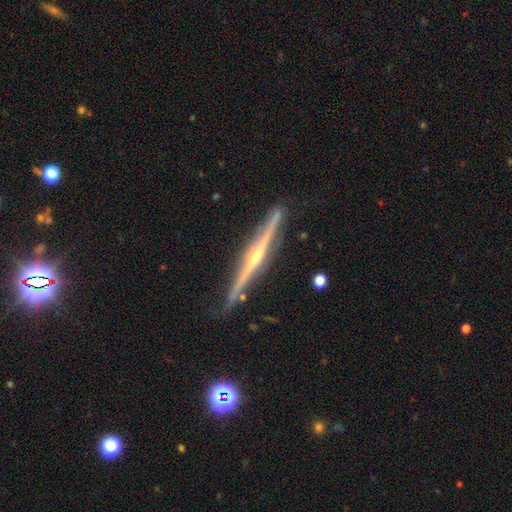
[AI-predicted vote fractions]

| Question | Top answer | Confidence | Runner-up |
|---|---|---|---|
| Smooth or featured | featured or disk | 87% | smooth (8%) |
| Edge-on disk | yes | 98% | no (2%) |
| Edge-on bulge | rounded | 84% | none (11%) |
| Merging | none | 87% | minor disturbance (9%) |